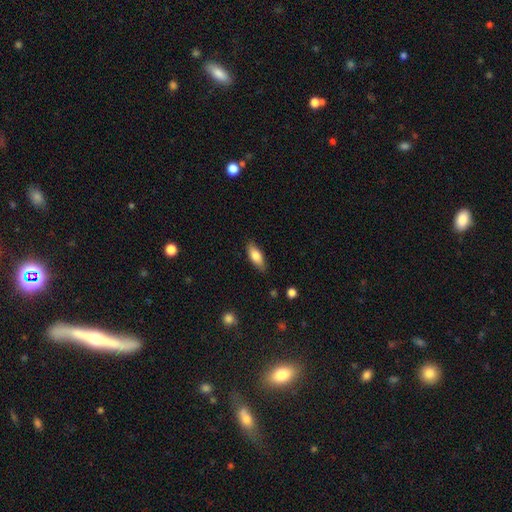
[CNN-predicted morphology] Overall: smooth (80%). How rounded: in between (78%). Merging: none (84%).